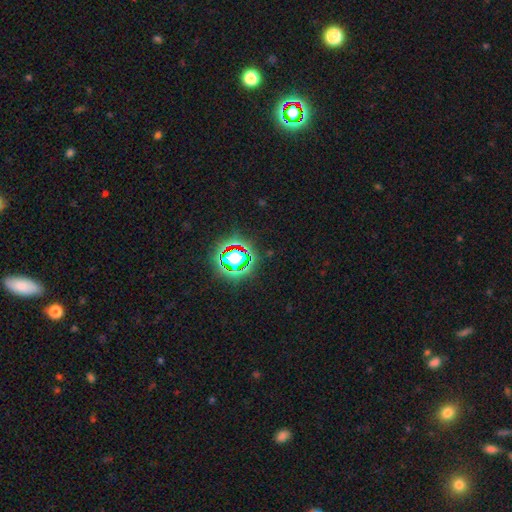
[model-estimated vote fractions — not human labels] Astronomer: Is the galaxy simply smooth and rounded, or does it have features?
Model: star or artifact — 75%.